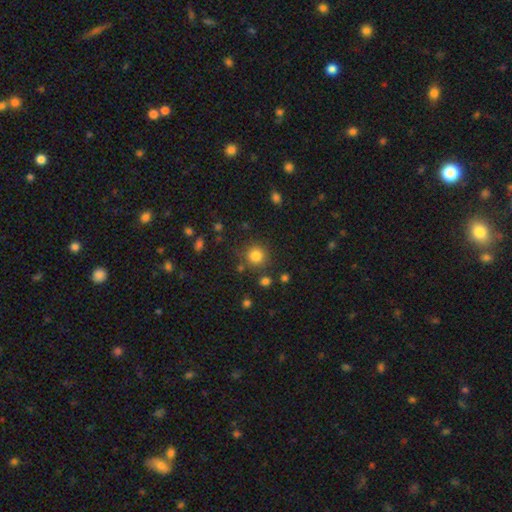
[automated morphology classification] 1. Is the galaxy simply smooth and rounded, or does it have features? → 82% smooth, 13% star or artifact, 5% featured or disk.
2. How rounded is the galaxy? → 93% round, 7% in between, 1% cigar-shaped.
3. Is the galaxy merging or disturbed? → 83% none, 8% minor disturbance, 5% merger, 3% major disturbance.